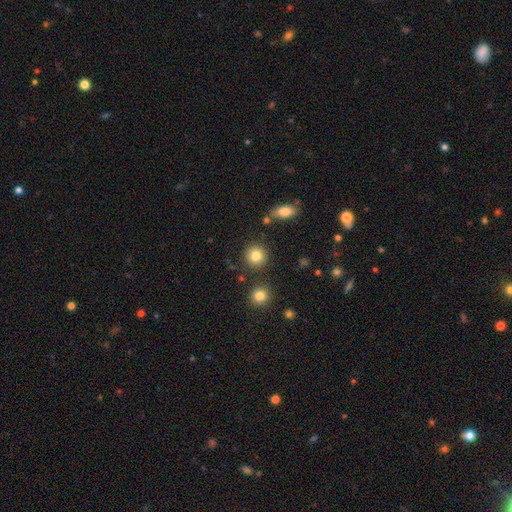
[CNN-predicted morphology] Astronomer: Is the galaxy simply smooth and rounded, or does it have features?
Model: smooth — 83%.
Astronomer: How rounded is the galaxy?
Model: round — 91%.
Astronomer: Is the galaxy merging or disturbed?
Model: none — 86%.